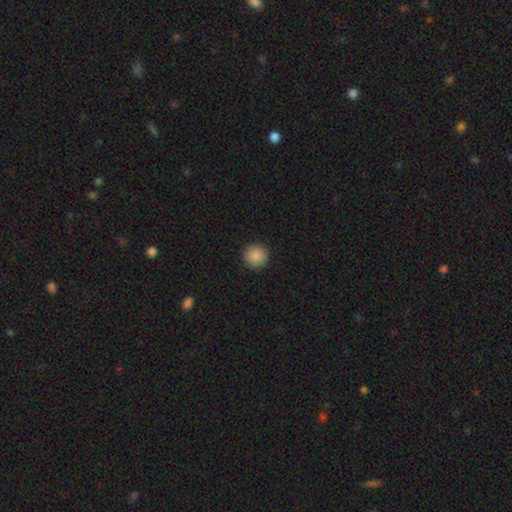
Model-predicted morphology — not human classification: Smooth or featured?
  - smooth: 87% *
  - star or artifact: 8%
  - featured or disk: 5%
How rounded?
  - round: 96% *
  - in between: 3%
  - cigar-shaped: 1%
Merging?
  - none: 92% *
  - minor disturbance: 5%
  - major disturbance: 1%
  - merger: 1%